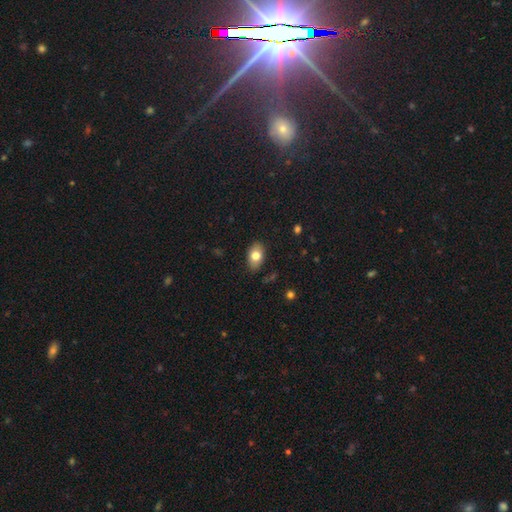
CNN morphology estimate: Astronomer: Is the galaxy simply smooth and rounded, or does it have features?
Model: smooth — 78%.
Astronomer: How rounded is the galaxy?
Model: in between — 88%.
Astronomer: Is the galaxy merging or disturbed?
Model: none — 85%.